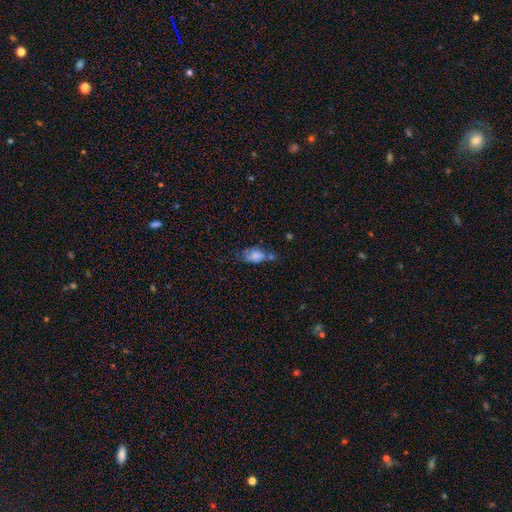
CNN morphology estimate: Smooth or featured: smooth — 74% (featured or disk — 15%)
How rounded: in between — 87% (round — 9%)
Merging: none — 36% (minor disturbance — 28%)